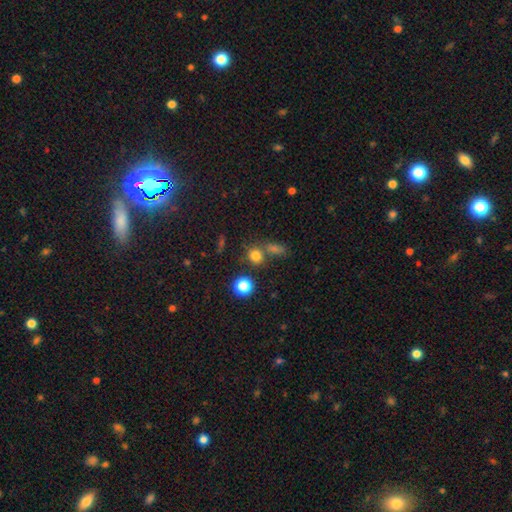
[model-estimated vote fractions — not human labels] This appears to be a smooth galaxy with no disk features (75%) that is round (82%). Merging: none (66%).